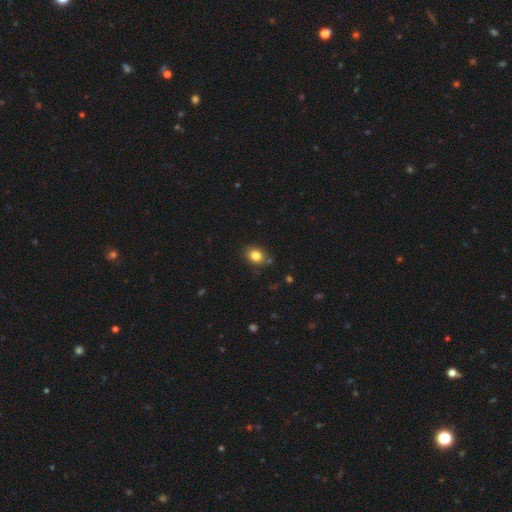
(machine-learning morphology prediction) Smooth or featured: smooth — 83% (star or artifact — 10%)
How rounded: in between — 51% (round — 48%)
Merging: none — 83% (minor disturbance — 11%)